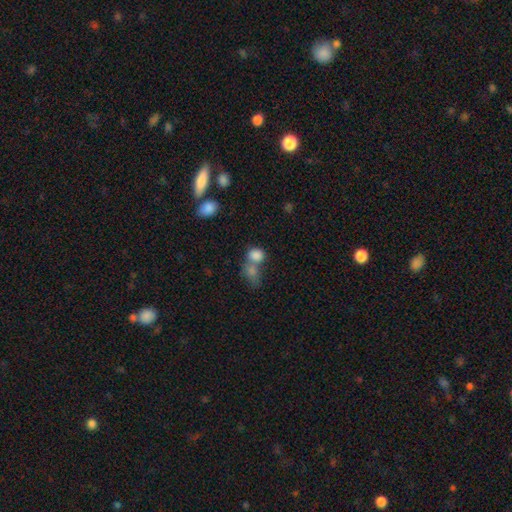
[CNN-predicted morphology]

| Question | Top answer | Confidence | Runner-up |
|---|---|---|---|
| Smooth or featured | smooth | 82% | star or artifact (10%) |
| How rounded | round | 58% | in between (41%) |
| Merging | merger | 52% | none (33%) |